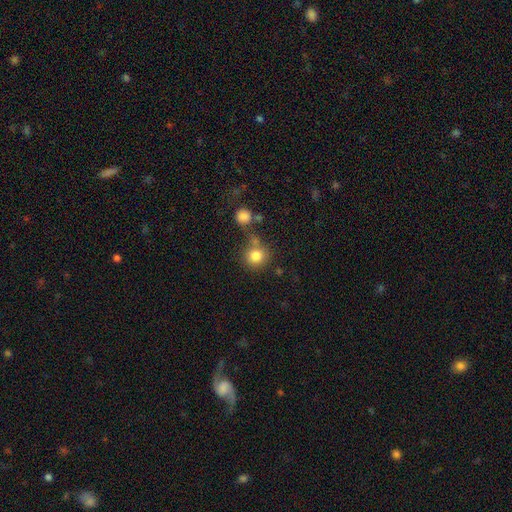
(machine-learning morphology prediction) Smooth or featured: smooth — 82% (star or artifact — 11%)
How rounded: round — 89% (in between — 10%)
Merging: none — 66% (merger — 18%)